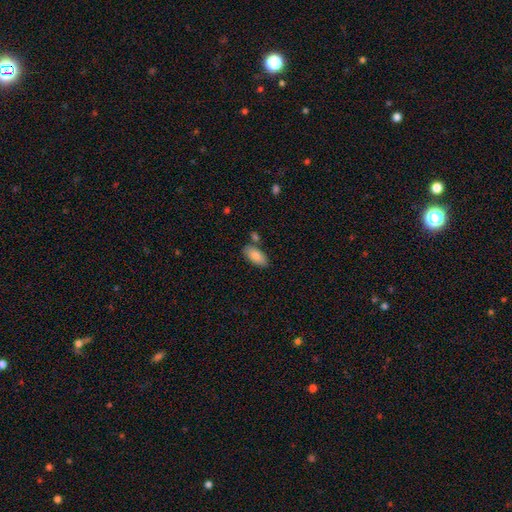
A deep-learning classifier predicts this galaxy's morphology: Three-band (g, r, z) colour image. It shows a smooth galaxy with no disk features (84%) that is in between round and cigar-shaped (92%). Merging: none (74%).